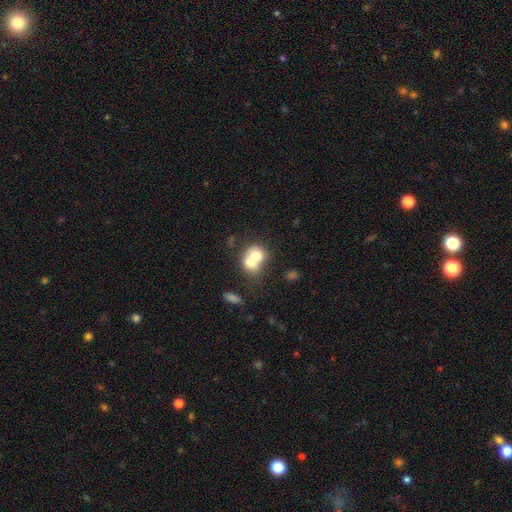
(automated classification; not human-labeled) Smooth or featured?
  - smooth: 66% *
  - featured or disk: 26%
  - star or artifact: 8%
How rounded?
  - round: 63% *
  - in between: 36%
  - cigar-shaped: 1%
Merging?
  - merger: 71% *
  - none: 20%
  - minor disturbance: 6%
  - major disturbance: 3%